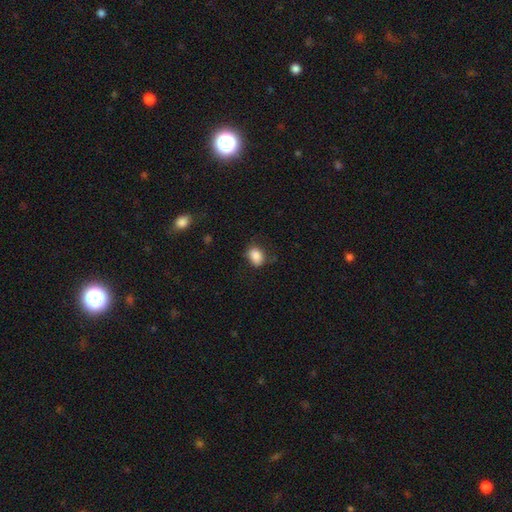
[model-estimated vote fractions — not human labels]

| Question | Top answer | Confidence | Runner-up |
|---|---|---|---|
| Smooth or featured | smooth | 86% | star or artifact (9%) |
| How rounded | in between | 66% | round (33%) |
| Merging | none | 65% | minor disturbance (25%) |